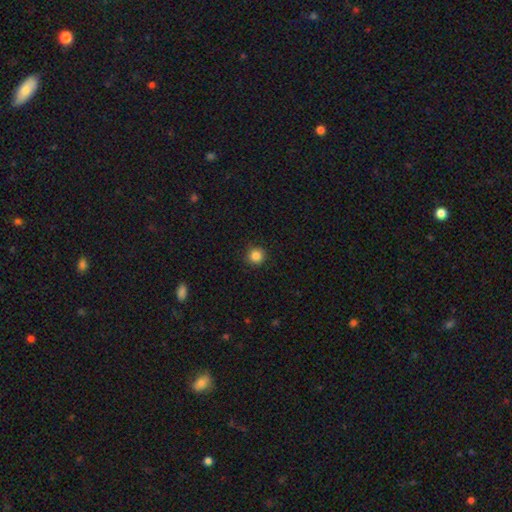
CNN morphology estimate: Smooth or featured?
  - smooth: 85% *
  - star or artifact: 11%
  - featured or disk: 4%
How rounded?
  - round: 95% *
  - in between: 4%
  - cigar-shaped: 1%
Merging?
  - none: 91% *
  - minor disturbance: 6%
  - major disturbance: 2%
  - merger: 1%